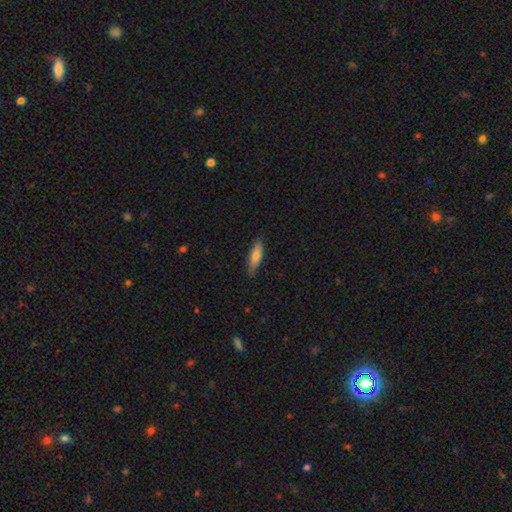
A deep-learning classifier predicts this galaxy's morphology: type=smooth (67%); roundness=cigar-shaped (70%); merging=none (84%).